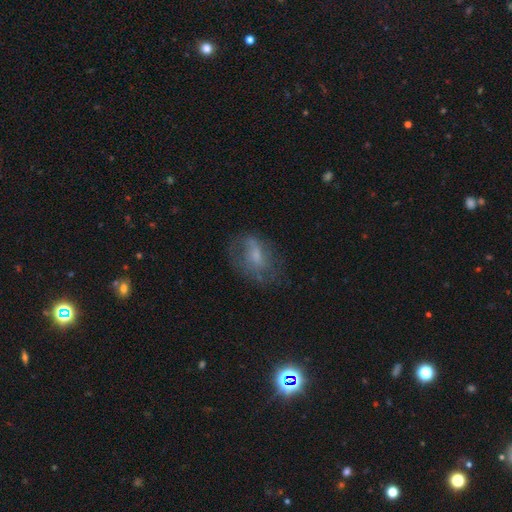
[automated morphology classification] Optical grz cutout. It shows a featured or disk galaxy (48%). Merging: none (51%).